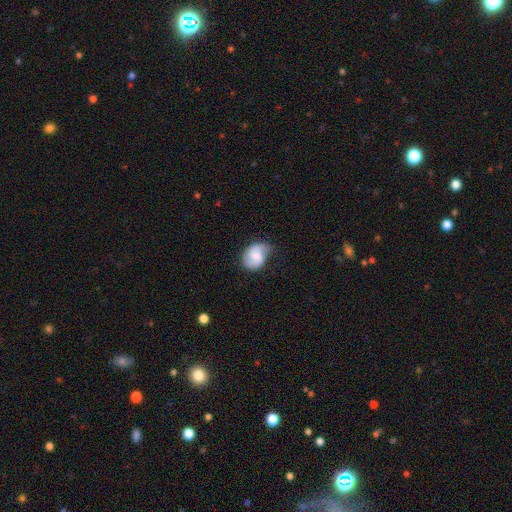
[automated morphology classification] Q: Smooth or featured?
A: smooth (50%); runner-up: featured or disk (43%)
Q: Merging?
A: none (55%); runner-up: minor disturbance (33%)